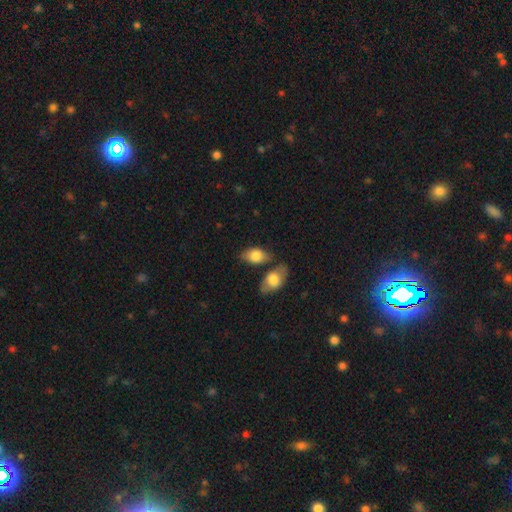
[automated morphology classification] smooth 78%, featured or disk 16%, star or artifact 6%. Down the decision tree: how rounded — in between (90%); merging — none (59%).